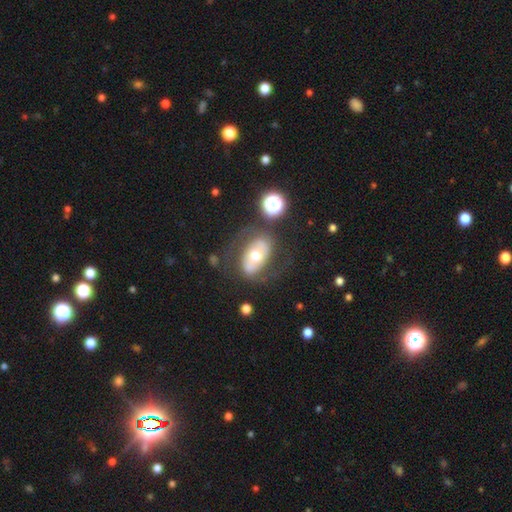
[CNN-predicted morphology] A featured or disk galaxy (55%) with no bar (64%), no spiral arms (55%) and a moderate central bulge (72%).

Vote fractions:
- Smooth or featured? featured or disk: 55% / smooth: 37% / star or artifact: 9%
- Edge-on disk? no: 93% / yes: 7%
- Bar? no: 64% / weak: 21% / strong: 15%
- Spiral arms? no: 55% / yes: 45%
- Bulge size? moderate: 72% / large: 15% / small: 10% / dominant: 2% / none: 1%
- Merging? none: 64% / minor disturbance: 17% / major disturbance: 14% / merger: 5%